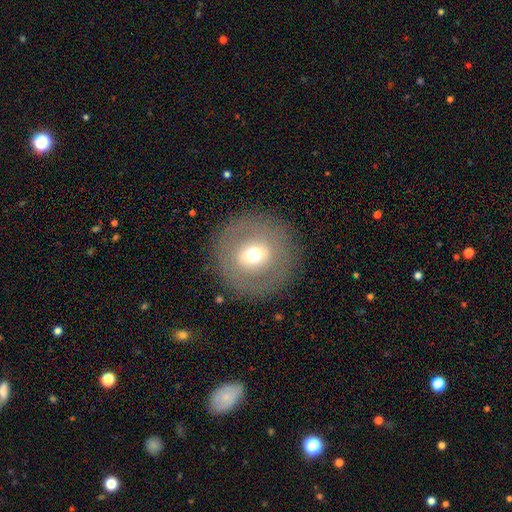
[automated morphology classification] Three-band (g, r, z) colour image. It shows a smooth galaxy with no disk features (53%) that is round (94%). Merging: none (87%).